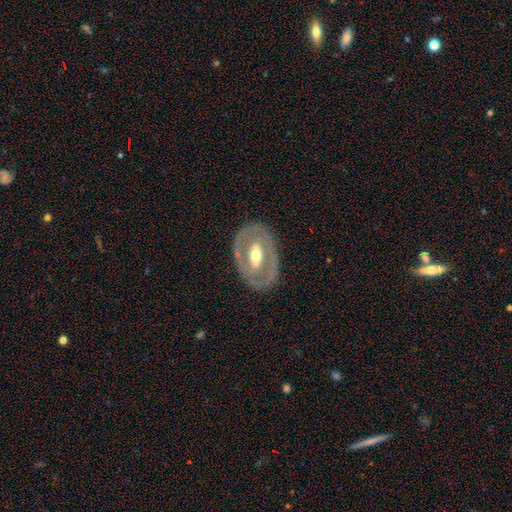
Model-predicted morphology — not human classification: Smooth or featured? featured or disk (68%)
Edge-on disk? no (91%)
Bar? no (34%, tied with weak)
Spiral arms? no (74%)
Bulge size? moderate (67%)
Merging? none (81%)